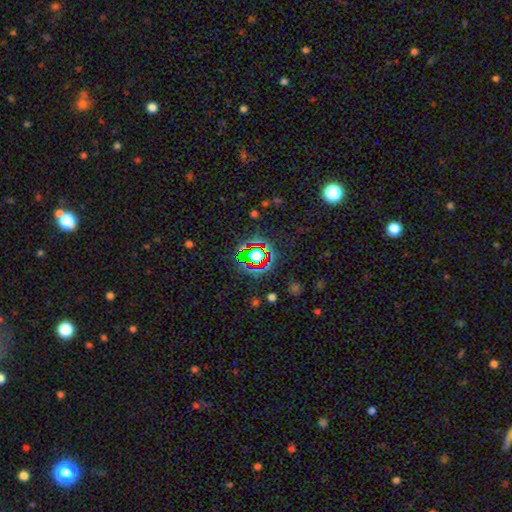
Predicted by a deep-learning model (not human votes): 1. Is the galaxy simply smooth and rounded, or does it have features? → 69% star or artifact, 19% smooth, 12% featured or disk.